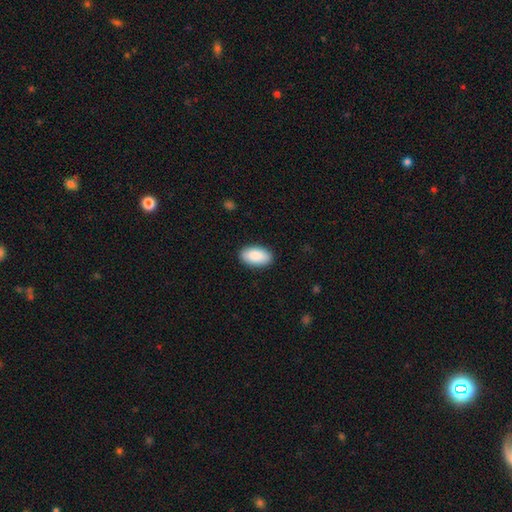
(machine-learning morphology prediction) Smooth or featured?
  - smooth: 90% *
  - star or artifact: 6%
  - featured or disk: 4%
How rounded?
  - in between: 95% *
  - round: 3%
  - cigar-shaped: 2%
Merging?
  - none: 89% *
  - minor disturbance: 8%
  - major disturbance: 2%
  - merger: 1%